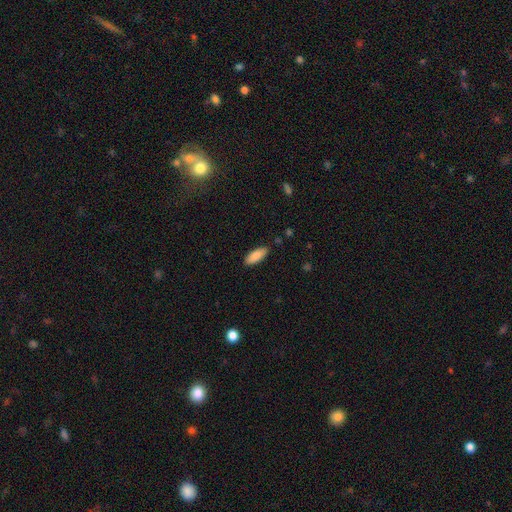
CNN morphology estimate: A smooth galaxy with no disk features (87%) that is in between round and cigar-shaped (76%). Merging: none (86%).